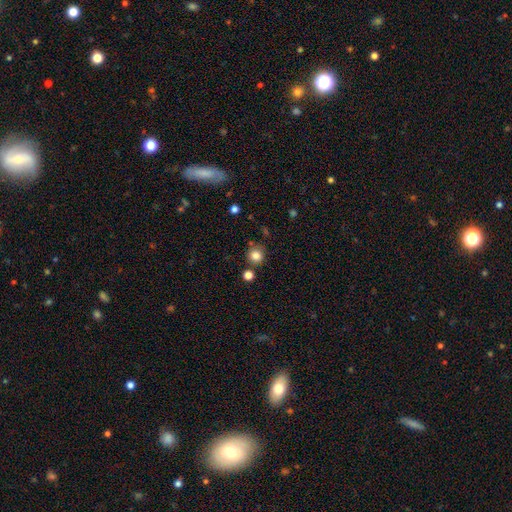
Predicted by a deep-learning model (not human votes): Smooth or featured? smooth (84%)
How rounded? round (92%)
Merging? none (80%)